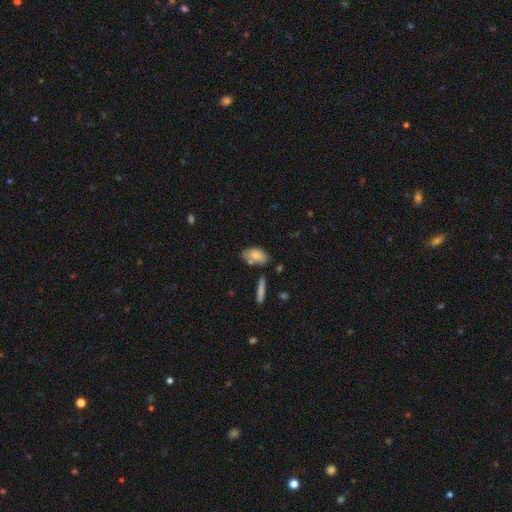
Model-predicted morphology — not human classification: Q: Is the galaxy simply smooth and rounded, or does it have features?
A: smooth — 78%.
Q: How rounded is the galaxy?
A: in between — 89%.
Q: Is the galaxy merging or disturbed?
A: none — 58%.